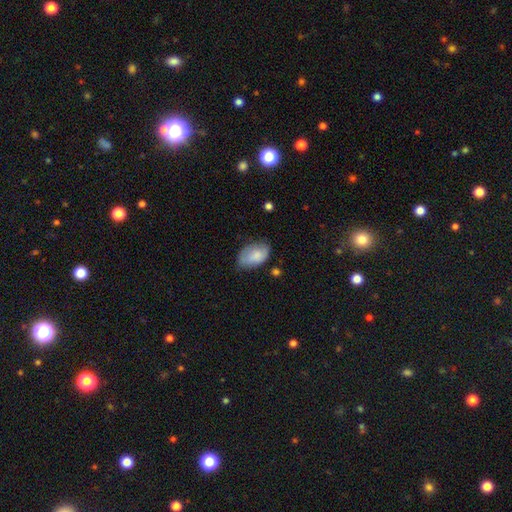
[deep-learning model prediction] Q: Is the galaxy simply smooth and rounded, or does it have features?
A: smooth — 82%.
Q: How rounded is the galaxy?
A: in between — 93%.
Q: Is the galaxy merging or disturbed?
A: none — 63%.